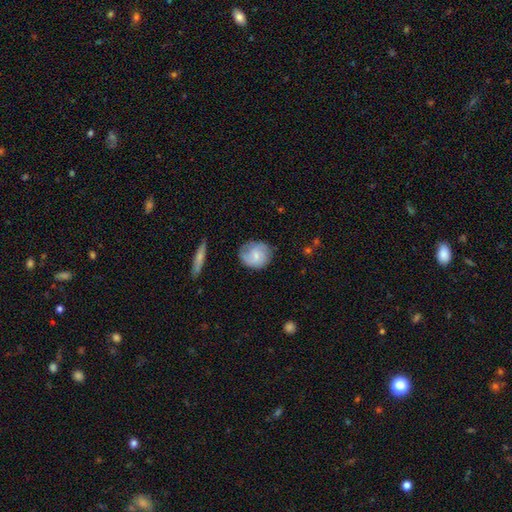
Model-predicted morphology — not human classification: type=smooth (51%); roundness=round (70%); merging=none (68%).